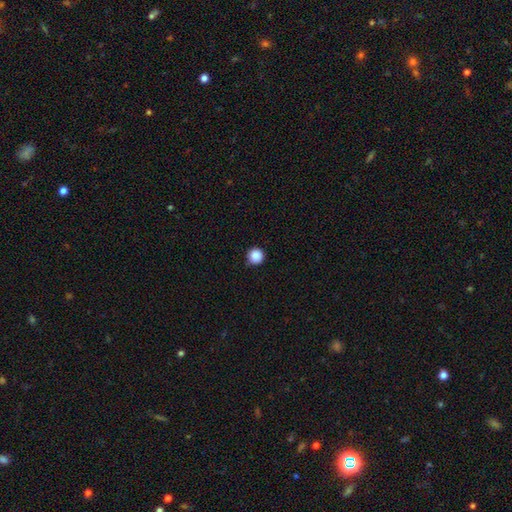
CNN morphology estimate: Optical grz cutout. It shows a smooth galaxy with no disk features (88%) that is round (96%). Merging: none (89%).